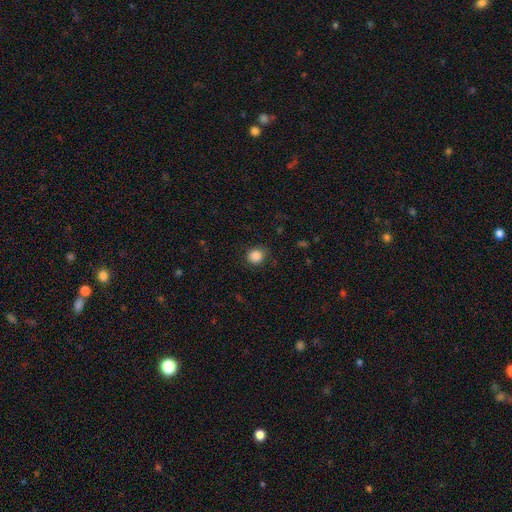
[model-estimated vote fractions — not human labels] A smooth galaxy with no disk features (86%) that is round (86%). Merging: none (85%).